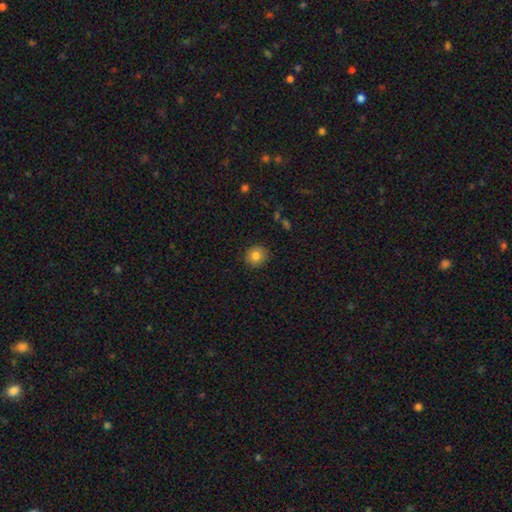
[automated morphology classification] A smooth galaxy with no disk features (83%) that is round (86%). Merging: none (90%).